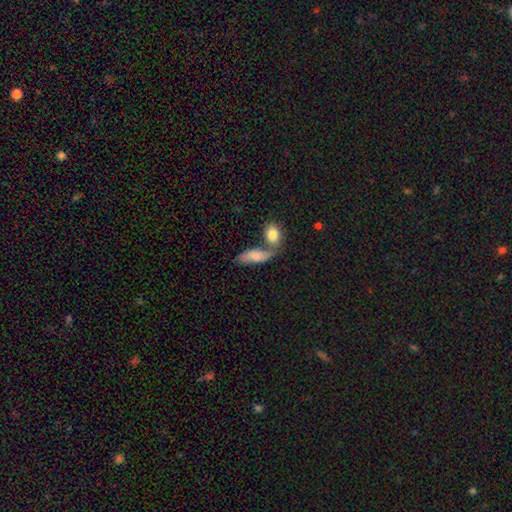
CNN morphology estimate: smooth-or-featured: smooth: 72% | featured or disk: 22% | star or artifact: 6%
  how-rounded: in between: 77% | cigar-shaped: 18% | round: 5%
  merging: merger: 46% | none: 36% | minor disturbance: 12% | major disturbance: 6%